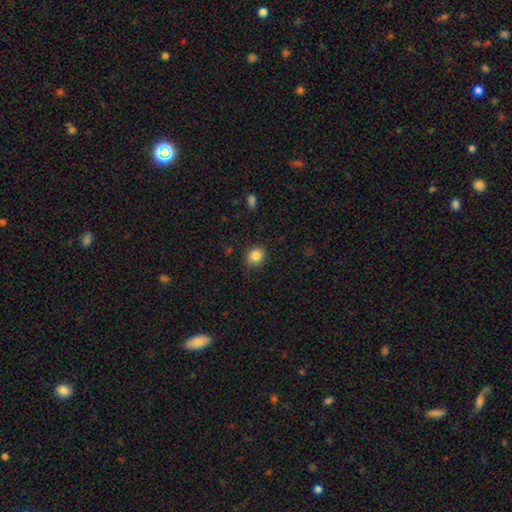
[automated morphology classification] This appears to be a smooth galaxy with no disk features (85%) that is round (74%). Merging: none (85%).